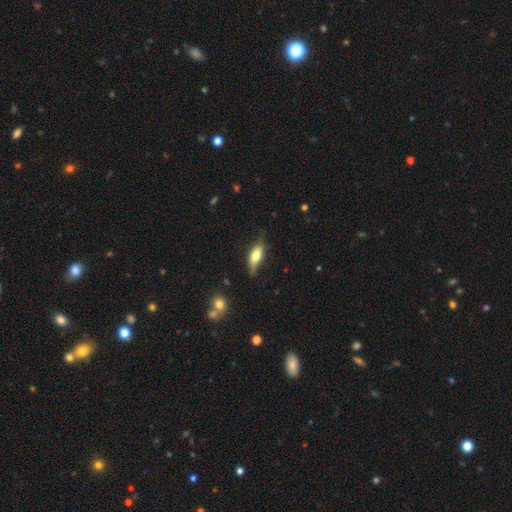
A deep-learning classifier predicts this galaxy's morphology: Smooth or featured? Predicted: smooth (p=0.65). How rounded? Predicted: in between (p=0.64). Merging? Predicted: none (p=0.66).